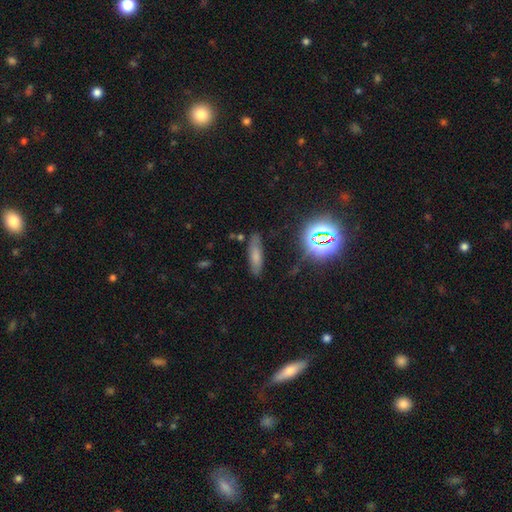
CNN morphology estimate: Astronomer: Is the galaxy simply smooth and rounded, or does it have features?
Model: smooth — 62%.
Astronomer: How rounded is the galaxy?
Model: cigar-shaped — 60% (runner-up: in between, 36%).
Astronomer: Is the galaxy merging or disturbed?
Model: none — 75%.